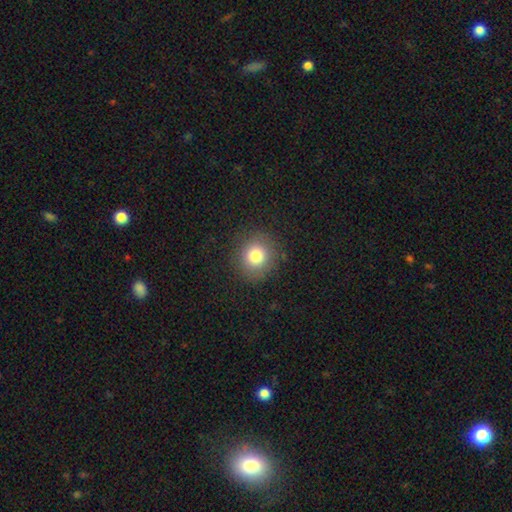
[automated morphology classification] smooth_or_featured: smooth (p=0.79) [alt: star or artifact p=0.12]
how_rounded: round (p=0.89) [alt: in between p=0.10]
merging: none (p=0.87) [alt: minor disturbance p=0.08]